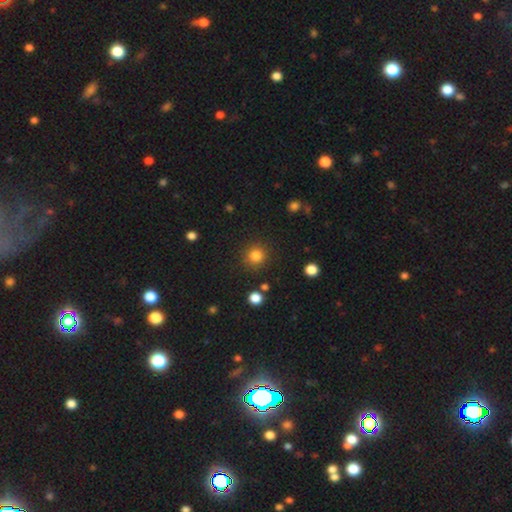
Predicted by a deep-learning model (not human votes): This is clearly a smooth galaxy (83%). How rounded: clearly round (92%). Merging: clearly none (88%).